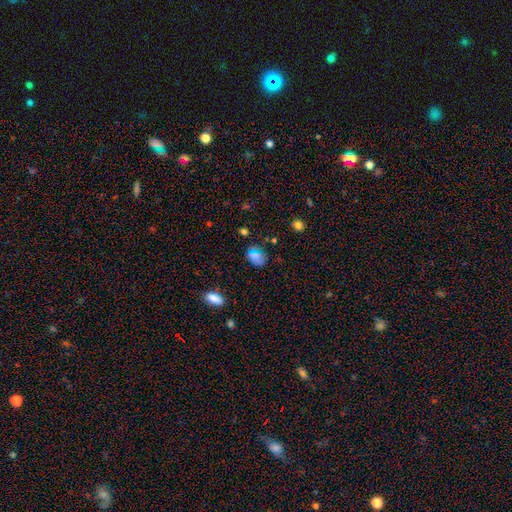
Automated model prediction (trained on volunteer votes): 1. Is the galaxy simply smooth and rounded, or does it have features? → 69% smooth, 21% star or artifact, 10% featured or disk.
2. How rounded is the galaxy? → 66% in between, 32% round, 3% cigar-shaped.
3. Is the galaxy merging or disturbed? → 71% none, 19% minor disturbance, 6% major disturbance, 4% merger.